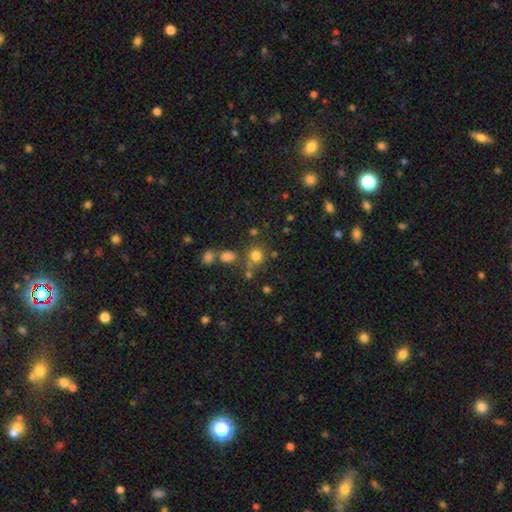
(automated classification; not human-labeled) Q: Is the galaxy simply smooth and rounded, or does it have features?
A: smooth — 76%.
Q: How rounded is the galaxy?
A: round — 84%.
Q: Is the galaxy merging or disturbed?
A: none — 66%.